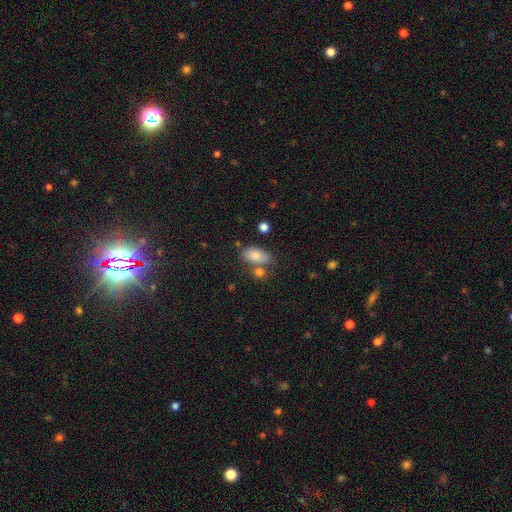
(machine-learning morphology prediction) smooth_or_featured: smooth (p=0.82) [alt: featured or disk p=0.10]
how_rounded: in between (p=0.90) [alt: round p=0.06]
merging: none (p=0.60) [alt: merger p=0.19]